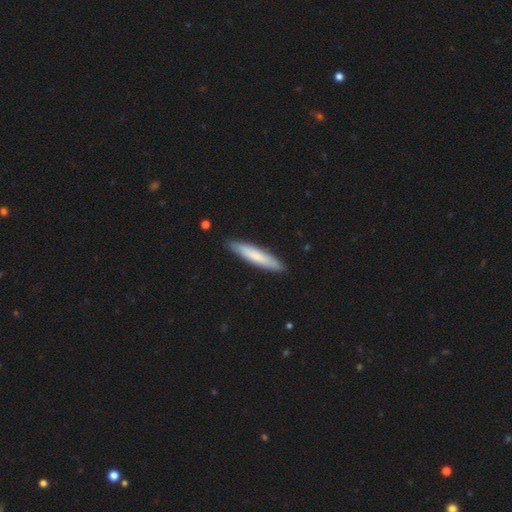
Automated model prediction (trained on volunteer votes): Smooth or featured? smooth (74%)
How rounded? cigar-shaped (89%)
Merging? none (89%)